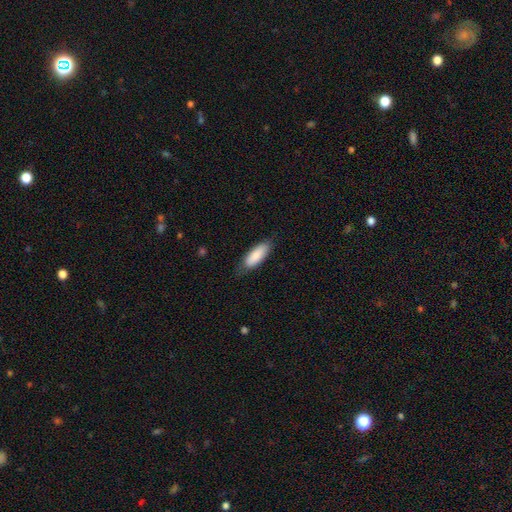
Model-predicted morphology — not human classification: Overall: smooth (85%). How rounded: in between (71%). Merging: none (77%).